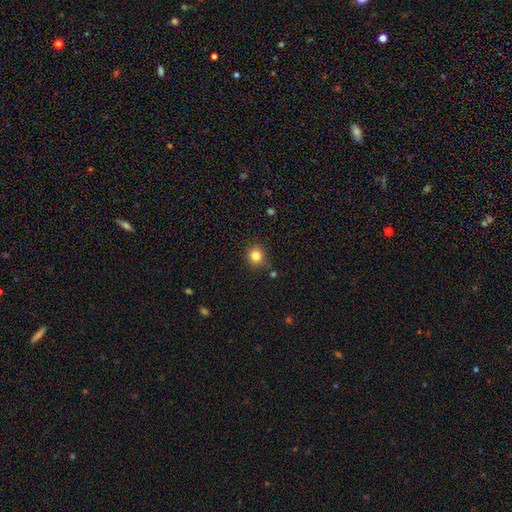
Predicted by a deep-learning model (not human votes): Smooth or featured? smooth (83%)
How rounded? round (90%)
Merging? none (85%)